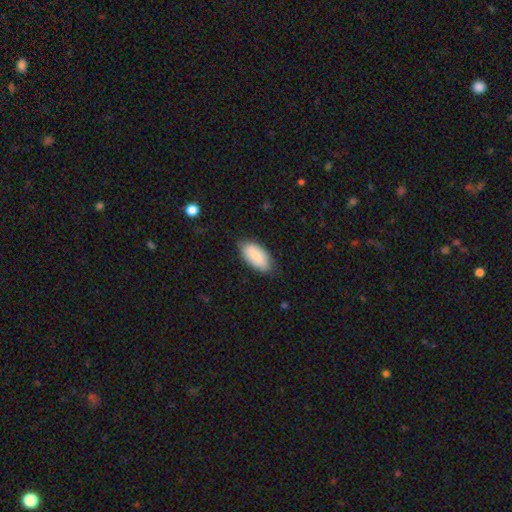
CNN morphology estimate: Overall: smooth (86%). How rounded: in between (94%). Merging: none (77%).